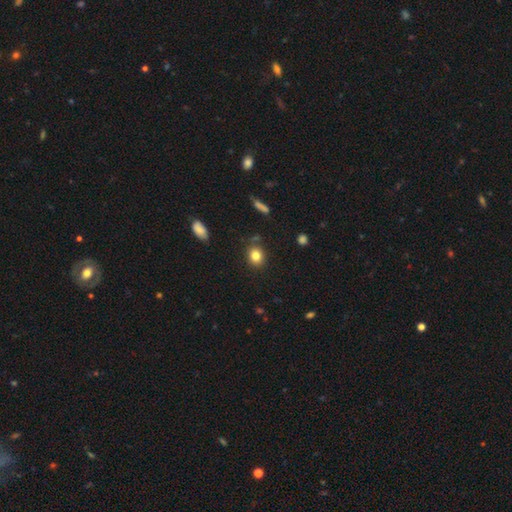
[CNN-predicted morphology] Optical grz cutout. It shows a smooth galaxy with no disk features (82%) that is round (64%). Merging: none (84%).